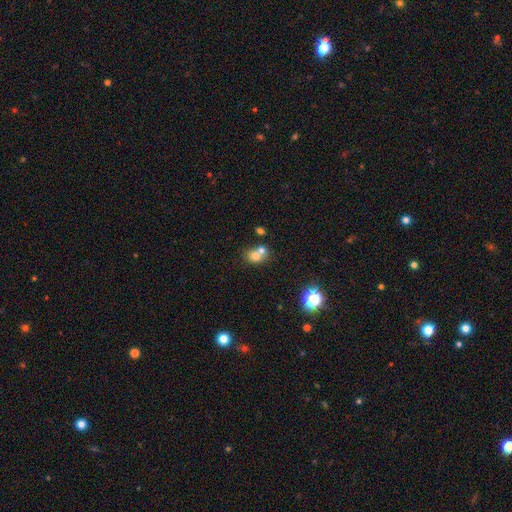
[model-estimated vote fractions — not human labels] smooth_or_featured: smooth (p=0.70) [alt: featured or disk p=0.16]
how_rounded: round (p=0.66) [alt: in between p=0.34]
merging: merger (p=0.57) [alt: none p=0.34]